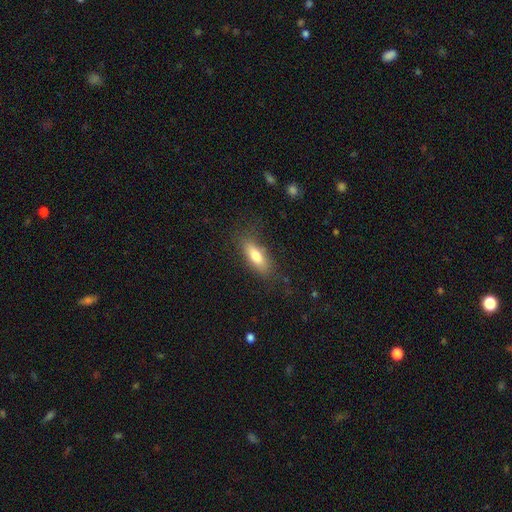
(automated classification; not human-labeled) smooth_or_featured: smooth (p=0.75) [alt: featured or disk p=0.18]
how_rounded: in between (p=0.61) [alt: cigar-shaped p=0.36]
merging: none (p=0.78) [alt: minor disturbance p=0.15]